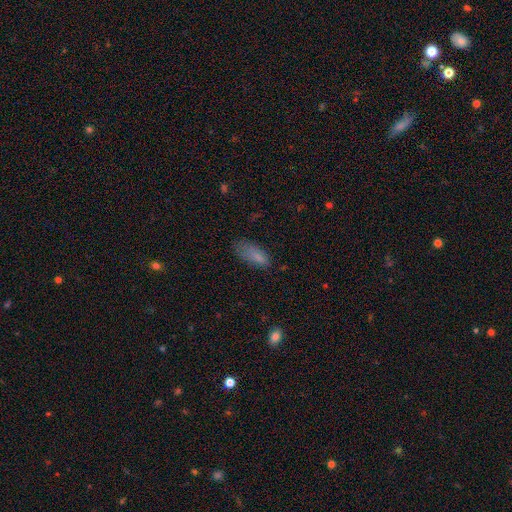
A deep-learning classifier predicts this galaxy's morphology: Smooth or featured: smooth — 80% (star or artifact — 10%)
How rounded: in between — 78% (cigar-shaped — 19%)
Merging: none — 46% (minor disturbance — 33%)